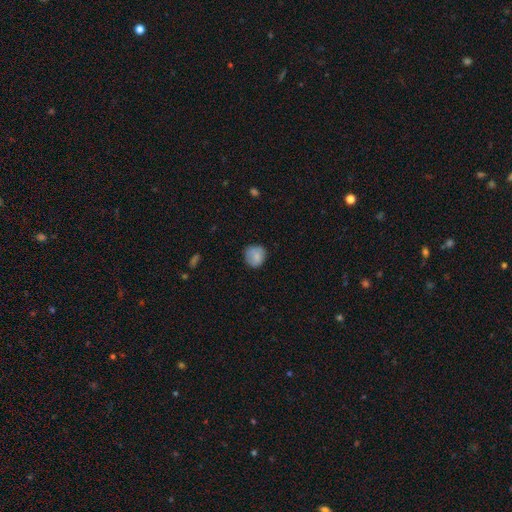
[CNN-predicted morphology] The model was most divided on "merging": none: 76%, minor disturbance: 19%, major disturbance: 4%, merger: 1%. More confident: how rounded — round (86%); smooth or featured — smooth (81%).